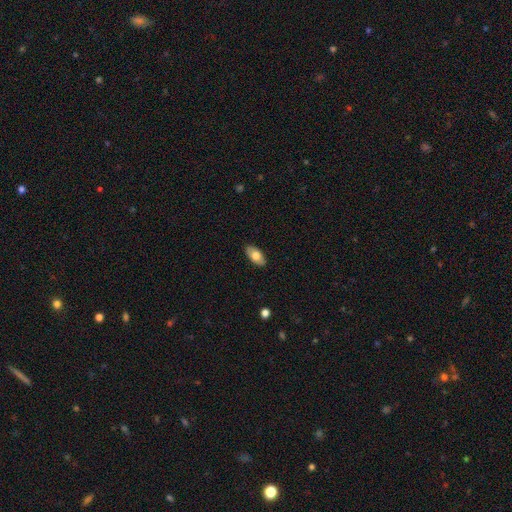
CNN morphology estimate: Smooth or featured? Predicted: smooth (p=0.73). How rounded? Predicted: in between (p=0.93). Merging? Predicted: none (p=0.88).